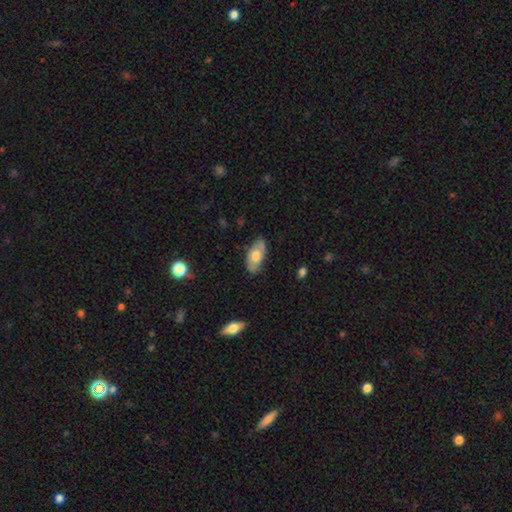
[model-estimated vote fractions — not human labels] Q: Smooth or featured?
A: smooth (57%); runner-up: featured or disk (37%)
Q: How rounded?
A: in between (92%); runner-up: cigar-shaped (4%)
Q: Merging?
A: none (79%); runner-up: minor disturbance (17%)